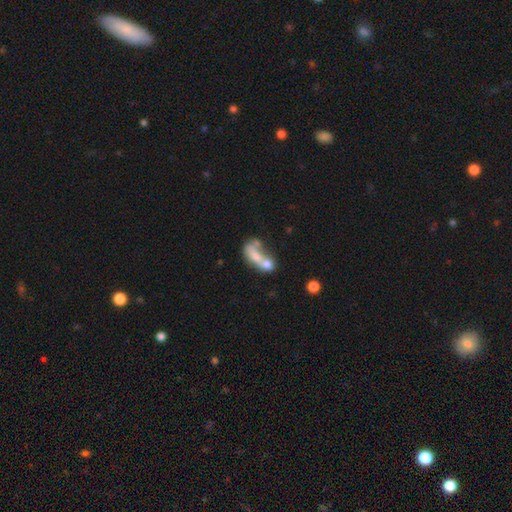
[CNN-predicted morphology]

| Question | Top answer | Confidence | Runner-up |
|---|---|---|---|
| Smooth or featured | smooth | 58% | featured or disk (32%) |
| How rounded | in between | 71% | round (16%) |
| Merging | merger | 65% | none (15%) |